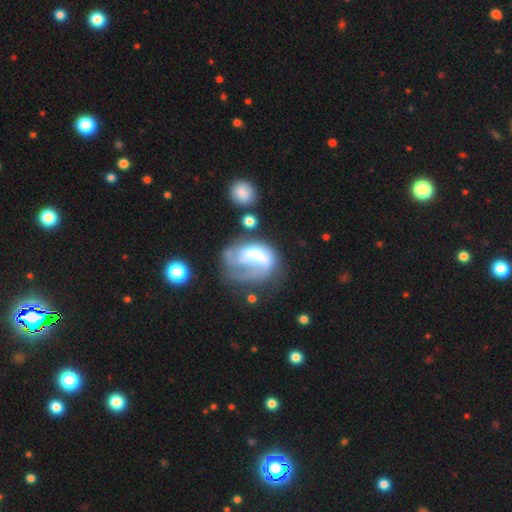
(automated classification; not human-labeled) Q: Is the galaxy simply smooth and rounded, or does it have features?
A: featured or disk — 55%.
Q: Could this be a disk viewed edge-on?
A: no — 97%.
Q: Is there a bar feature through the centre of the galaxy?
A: no — 47%.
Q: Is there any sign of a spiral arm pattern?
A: yes — 50%, tied with no.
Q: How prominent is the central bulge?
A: moderate — 34%.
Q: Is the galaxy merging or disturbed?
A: major disturbance — 47%.